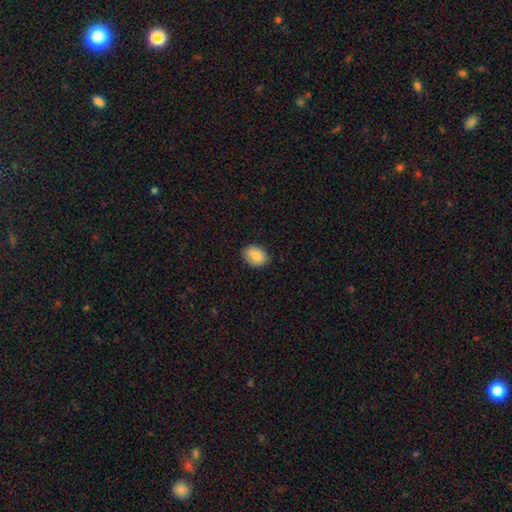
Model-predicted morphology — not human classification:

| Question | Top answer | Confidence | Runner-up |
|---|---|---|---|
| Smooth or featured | smooth | 86% | star or artifact (7%) |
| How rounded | in between | 72% | round (27%) |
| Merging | none | 85% | minor disturbance (12%) |